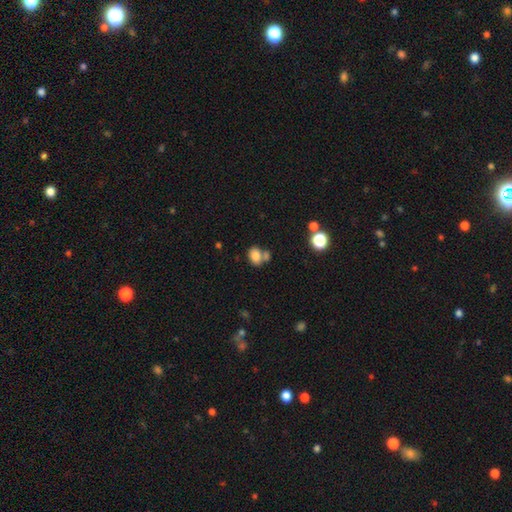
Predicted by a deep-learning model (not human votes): Smooth or featured? smooth (80%)
How rounded? in between (66%)
Merging? none (49%)